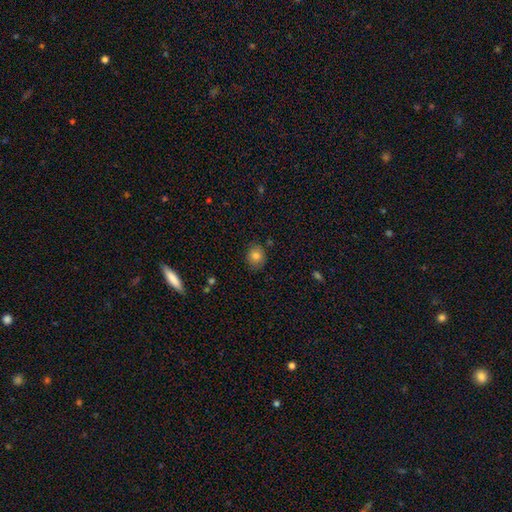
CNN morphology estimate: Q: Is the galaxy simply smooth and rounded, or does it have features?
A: smooth — 81%.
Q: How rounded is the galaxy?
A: round — 66%.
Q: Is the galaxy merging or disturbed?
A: none — 83%.